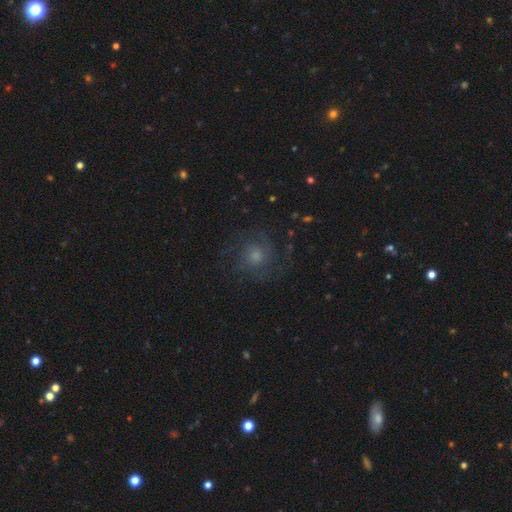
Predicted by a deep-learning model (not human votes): Smooth or featured? featured or disk (44%)
Merging? none (71%)